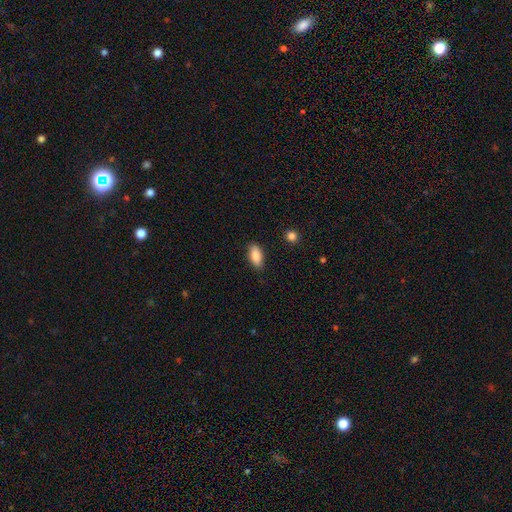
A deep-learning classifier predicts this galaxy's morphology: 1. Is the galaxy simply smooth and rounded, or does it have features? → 87% smooth, 7% star or artifact, 6% featured or disk.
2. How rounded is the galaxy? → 88% in between, 9% cigar-shaped, 3% round.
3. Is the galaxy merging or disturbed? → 86% none, 11% minor disturbance, 2% major disturbance, 1% merger.